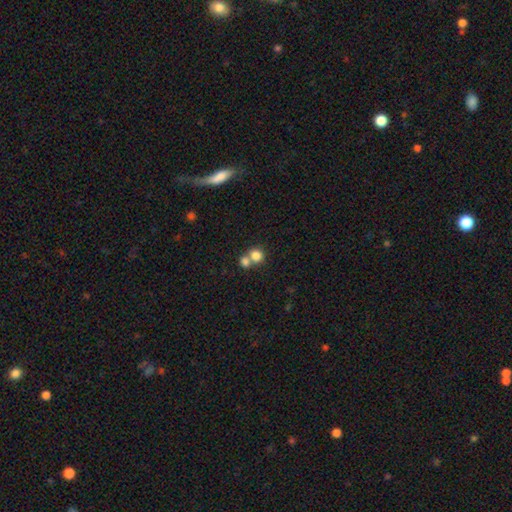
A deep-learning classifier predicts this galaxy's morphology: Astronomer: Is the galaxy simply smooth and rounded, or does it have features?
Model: smooth — 80%.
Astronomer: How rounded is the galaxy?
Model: round — 79%.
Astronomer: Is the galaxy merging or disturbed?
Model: merger — 53% (runner-up: none, 38%).